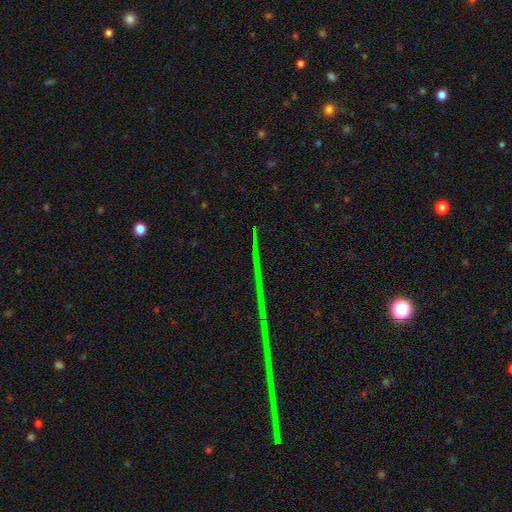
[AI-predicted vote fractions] A star or artifact, not a galaxy (83%).